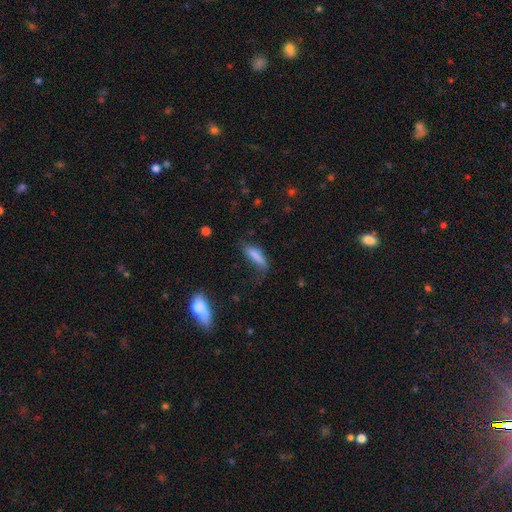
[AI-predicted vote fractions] Smooth or featured?
  - smooth: 80% *
  - featured or disk: 12%
  - star or artifact: 8%
How rounded?
  - cigar-shaped: 58% *
  - in between: 39%
  - round: 2%
Merging?
  - none: 45% *
  - minor disturbance: 32%
  - major disturbance: 19%
  - merger: 4%